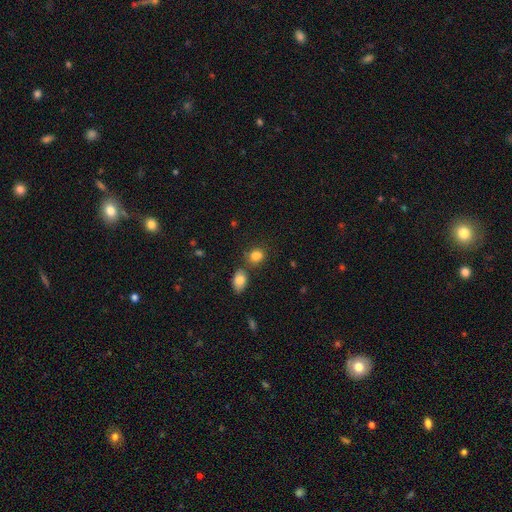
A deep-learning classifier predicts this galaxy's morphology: A smooth galaxy with no disk features (84%) that is round (56%). Merging: none (64%).